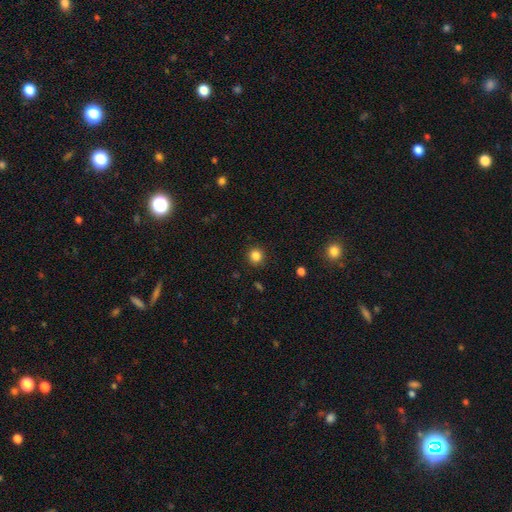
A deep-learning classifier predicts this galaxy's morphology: The model was most divided on "smooth or featured": smooth: 84%, star or artifact: 12%, featured or disk: 4%. More confident: how rounded — round (91%); merging — none (91%).